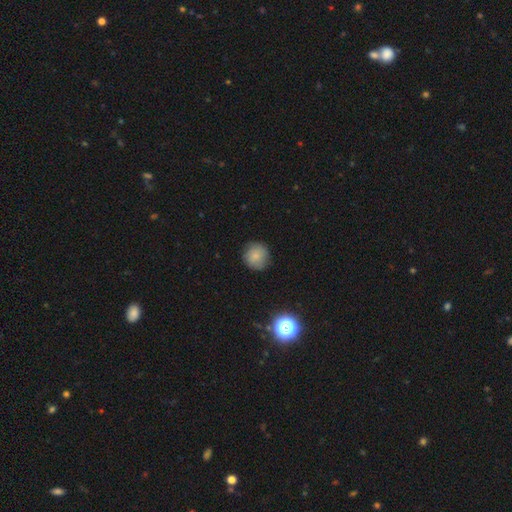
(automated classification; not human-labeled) smooth 80%, star or artifact 10%, featured or disk 10%. Down the decision tree: how rounded — round (92%); merging — none (84%).